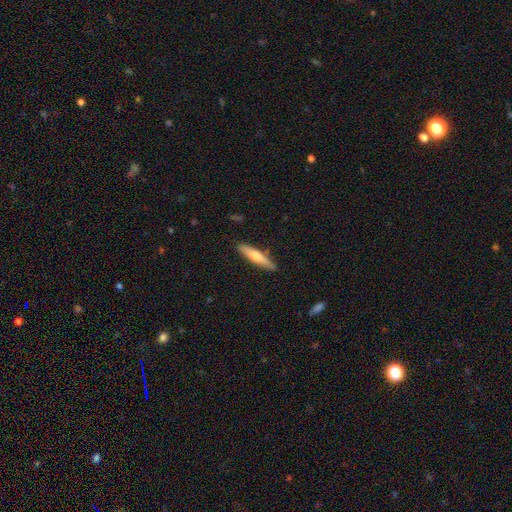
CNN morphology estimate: Q: Smooth or featured?
A: smooth (53%); runner-up: featured or disk (42%)
Q: How rounded?
A: cigar-shaped (87%); runner-up: in between (12%)
Q: Merging?
A: none (88%); runner-up: minor disturbance (9%)